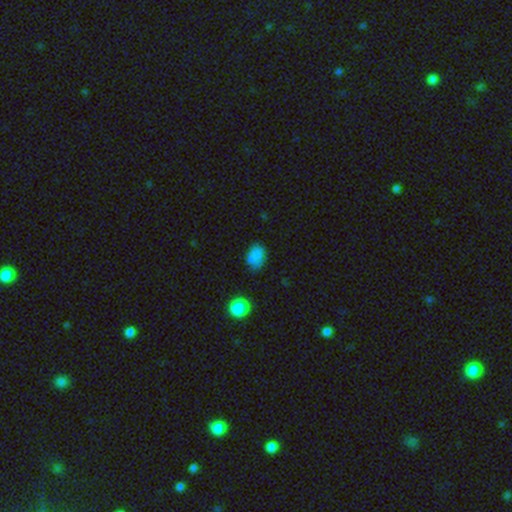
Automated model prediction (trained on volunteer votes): This appears to be a smooth galaxy with no disk features (81%) that is in between round and cigar-shaped (70%). Merging: none (58%).